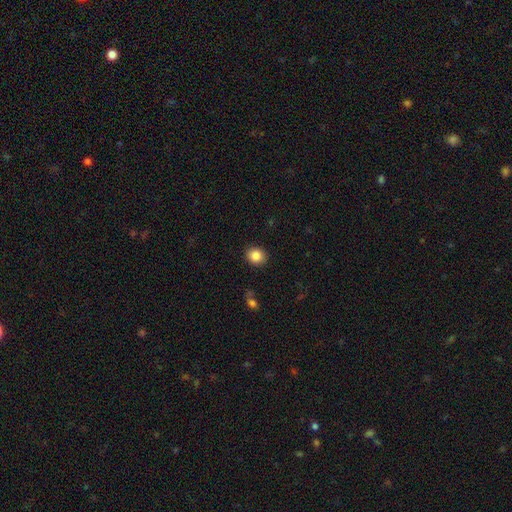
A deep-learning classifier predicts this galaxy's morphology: Overall: smooth (87%). How rounded: round (73%). Merging: none (89%).